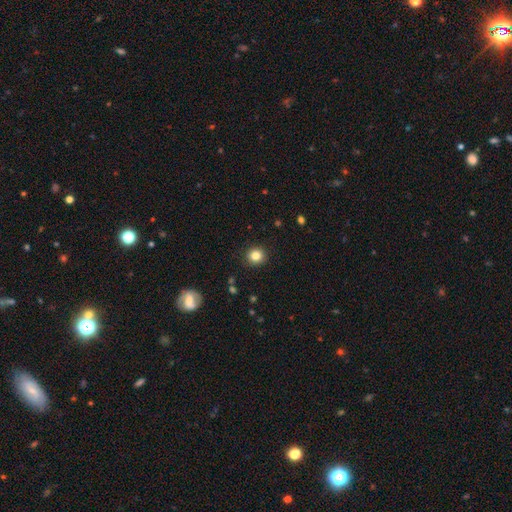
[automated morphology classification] The model was most divided on "smooth or featured": smooth: 83%, star or artifact: 11%, featured or disk: 6%. More confident: merging — none (91%); how rounded — round (90%).